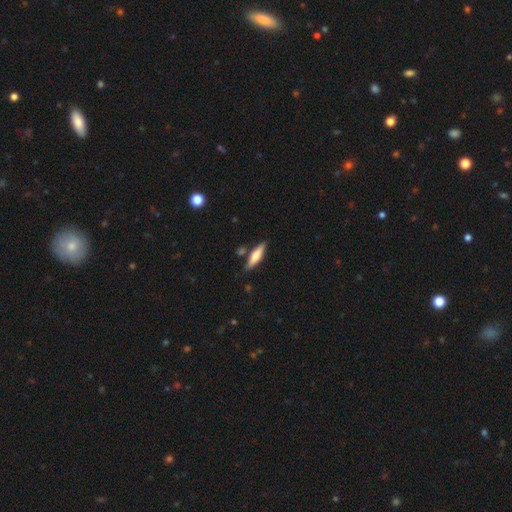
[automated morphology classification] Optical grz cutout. It shows a smooth galaxy with no disk features (56%) that is cigar-shaped (67%). Merging: none (80%).